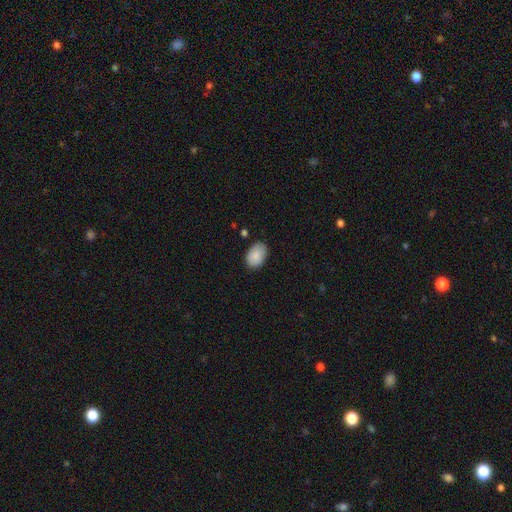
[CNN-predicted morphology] This is clearly a smooth galaxy (88%). How rounded: clearly in between (88%). Merging: clearly none (81%).